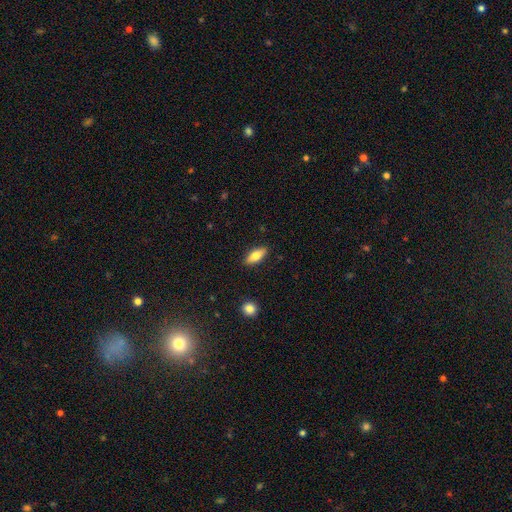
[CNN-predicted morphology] The model was most divided on "how rounded": in between: 75%, cigar-shaped: 22%, round: 3%. More confident: merging — none (88%); smooth or featured — smooth (75%).